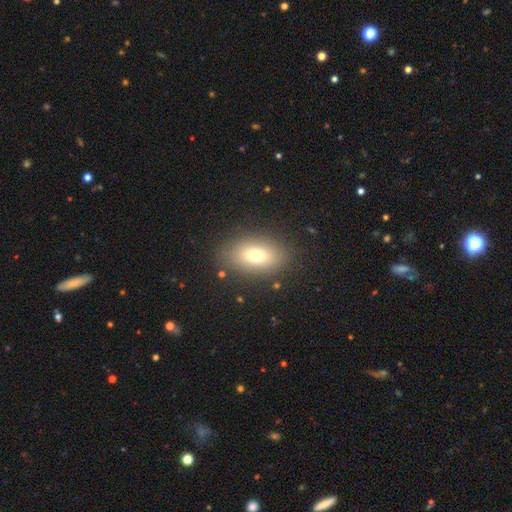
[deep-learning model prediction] Smooth or featured? Predicted: smooth (p=0.71). How rounded? Predicted: in between (p=0.82). Merging? Predicted: none (p=0.85).